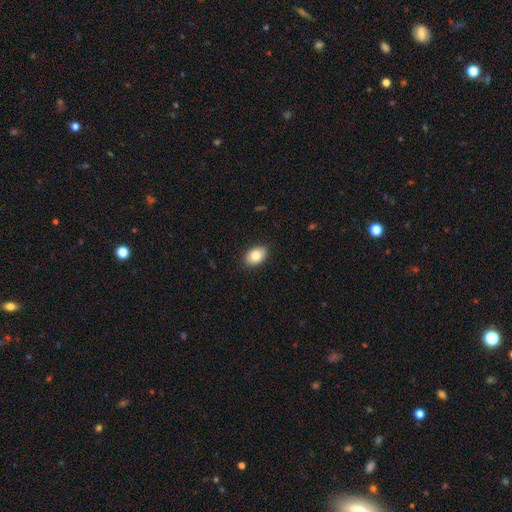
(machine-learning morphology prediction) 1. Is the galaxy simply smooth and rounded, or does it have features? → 84% smooth, 9% featured or disk, 7% star or artifact.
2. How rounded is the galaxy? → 86% in between, 13% round, 1% cigar-shaped.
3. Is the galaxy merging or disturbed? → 87% none, 10% minor disturbance, 2% major disturbance, 1% merger.